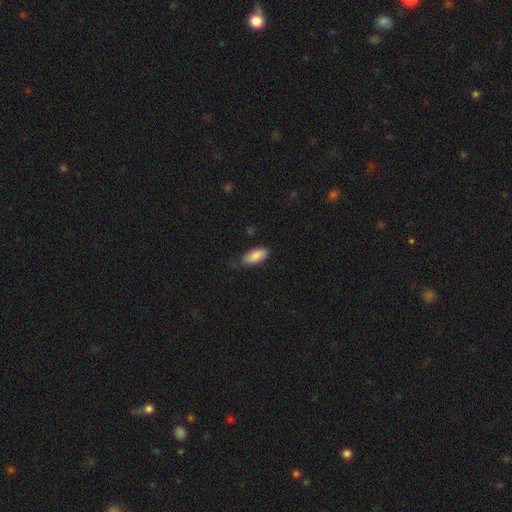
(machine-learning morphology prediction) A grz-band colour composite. It shows a smooth galaxy with no disk features (86%) that is in between round and cigar-shaped (87%). Merging: none (66%).